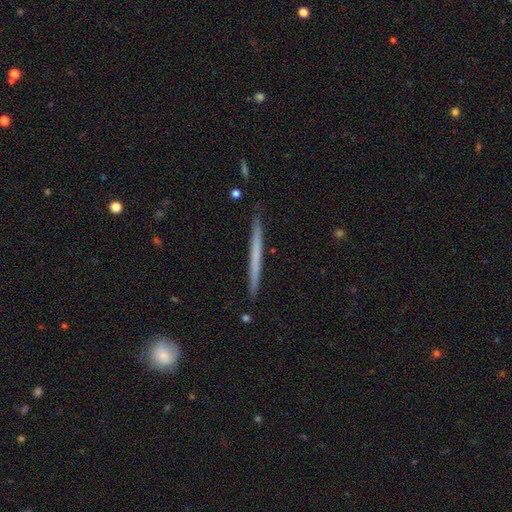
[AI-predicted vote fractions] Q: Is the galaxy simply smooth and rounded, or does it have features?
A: featured or disk — 47%, tied with smooth.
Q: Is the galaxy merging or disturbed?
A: none — 91%.